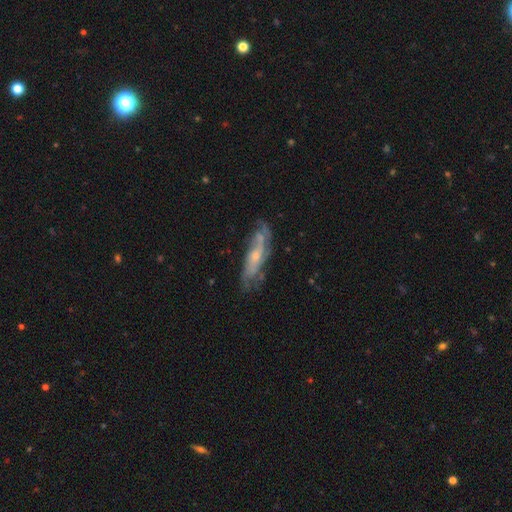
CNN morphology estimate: featured or disk 73%, smooth 20%, star or artifact 7%. Down the decision tree: edge-on disk — no (72%); bar — no (66%); spiral arms — yes (83%); bulge size — small (61%); merging — none (65%).